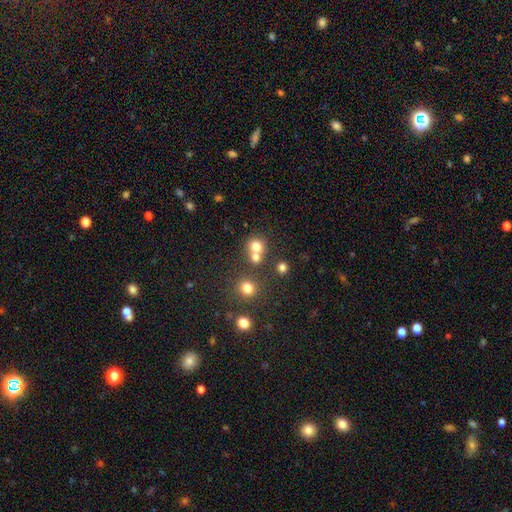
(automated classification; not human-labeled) This appears to be a smooth galaxy with no disk features (67%) that is round (86%). Merging: none (55%).